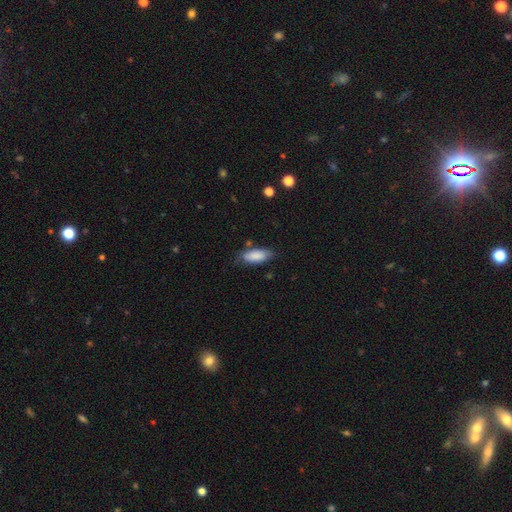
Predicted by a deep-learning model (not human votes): smooth 86%, featured or disk 8%, star or artifact 6%. Down the decision tree: how rounded — in between (81%); merging — none (73%).